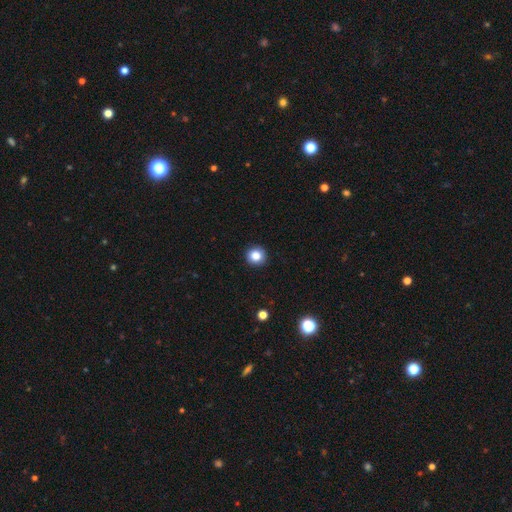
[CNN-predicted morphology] The model was most divided on "smooth or featured": smooth: 84%, star or artifact: 11%, featured or disk: 5%. More confident: how rounded — round (93%); merging — none (92%).